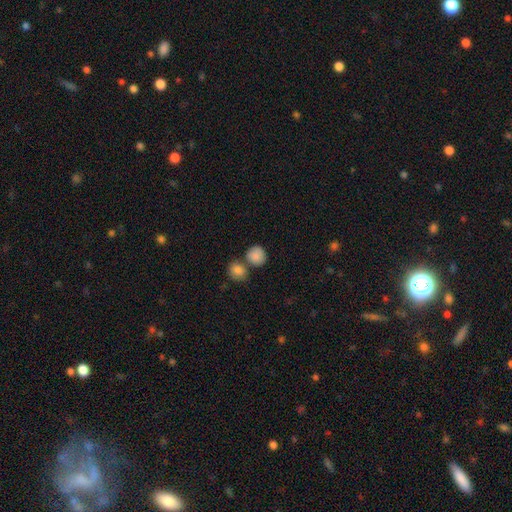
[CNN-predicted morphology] Smooth or featured? Predicted: smooth (p=0.87). How rounded? Predicted: round (p=0.82). Merging? Predicted: none (p=0.53).